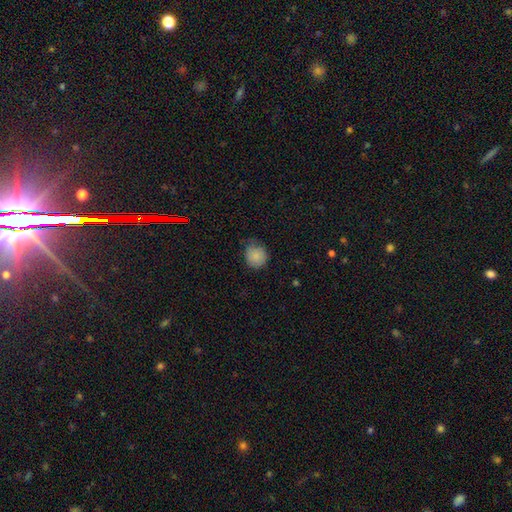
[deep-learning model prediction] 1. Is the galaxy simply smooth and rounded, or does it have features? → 86% smooth, 8% star or artifact, 6% featured or disk.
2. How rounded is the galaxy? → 85% round, 14% in between, 1% cigar-shaped.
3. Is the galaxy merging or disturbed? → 64% none, 30% minor disturbance, 5% major disturbance, 1% merger.